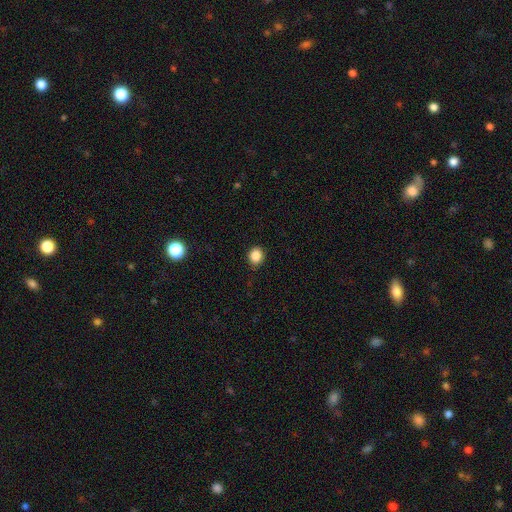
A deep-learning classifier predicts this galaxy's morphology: Smooth or featured: smooth — 86% (star or artifact — 10%)
How rounded: round — 72% (in between — 27%)
Merging: none — 87% (minor disturbance — 10%)